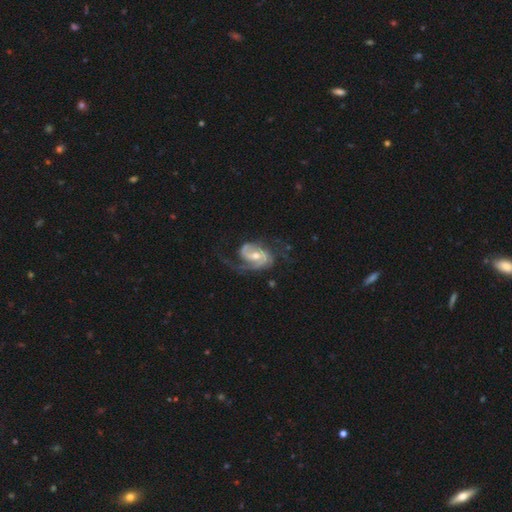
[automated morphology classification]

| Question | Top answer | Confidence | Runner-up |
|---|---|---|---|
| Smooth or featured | featured or disk | 88% | smooth (7%) |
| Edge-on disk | no | 97% | yes (3%) |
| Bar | weak | 45% | no (36%) |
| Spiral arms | yes | 96% | no (4%) |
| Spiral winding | medium | 45% | tight (29%) |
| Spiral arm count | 2 | 69% | 1 (14%) |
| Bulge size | moderate | 65% | small (29%) |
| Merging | none | 54% | major disturbance (23%) |